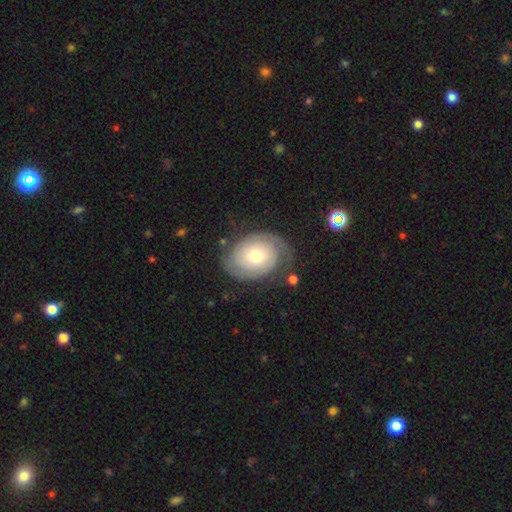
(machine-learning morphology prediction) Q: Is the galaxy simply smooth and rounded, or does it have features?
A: featured or disk — 69%.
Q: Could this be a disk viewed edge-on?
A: no — 97%.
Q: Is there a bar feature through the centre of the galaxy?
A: no — 78%.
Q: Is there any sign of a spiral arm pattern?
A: yes — 89%.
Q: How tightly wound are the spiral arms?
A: tight — 63%.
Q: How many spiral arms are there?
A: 2 — 64%.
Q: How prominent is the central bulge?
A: moderate — 56%.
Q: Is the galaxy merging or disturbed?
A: none — 66%.